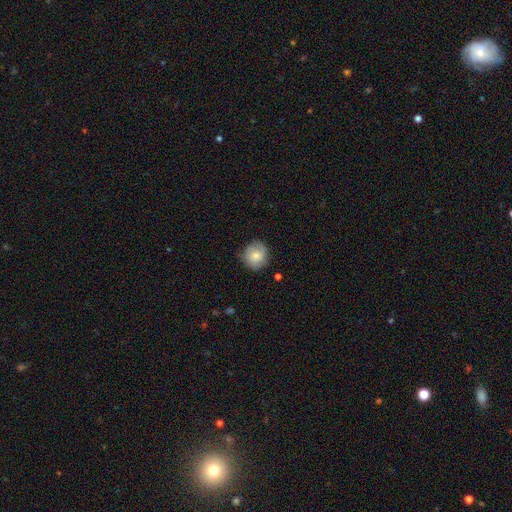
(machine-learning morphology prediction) smooth_or_featured: smooth (p=0.76) [alt: featured or disk p=0.17]
how_rounded: round (p=0.87) [alt: in between p=0.12]
merging: none (p=0.75) [alt: minor disturbance p=0.20]